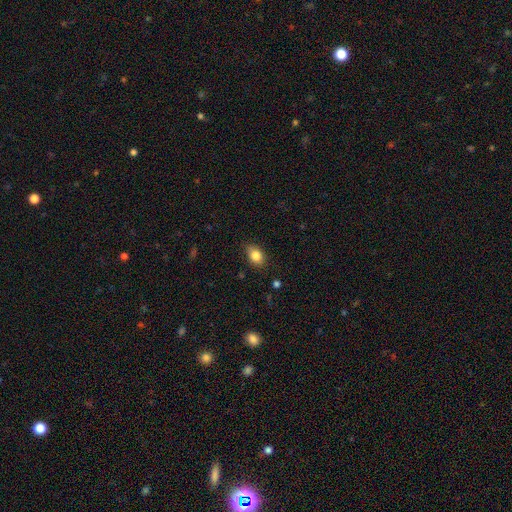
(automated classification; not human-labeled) This is clearly a smooth galaxy (83%). How rounded: likely in between (76%). Merging: likely none (78%).